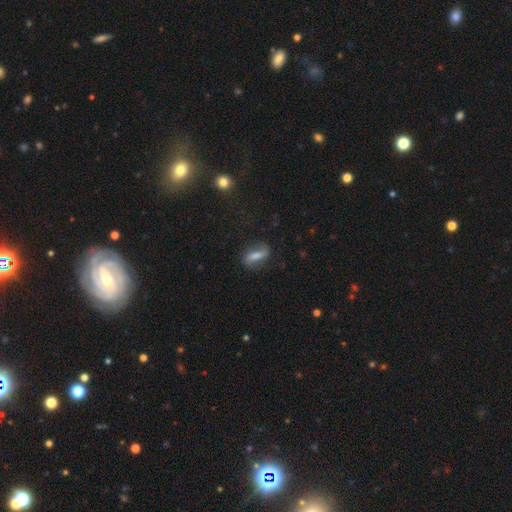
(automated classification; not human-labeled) A smooth galaxy with no disk features (55%) that is in between round and cigar-shaped (49%).

Vote fractions:
- Smooth or featured? smooth: 55% / featured or disk: 35% / star or artifact: 10%
- How rounded? in between: 49% / cigar-shaped: 46% / round: 5%
- Merging? none: 72% / minor disturbance: 19% / major disturbance: 7% / merger: 2%